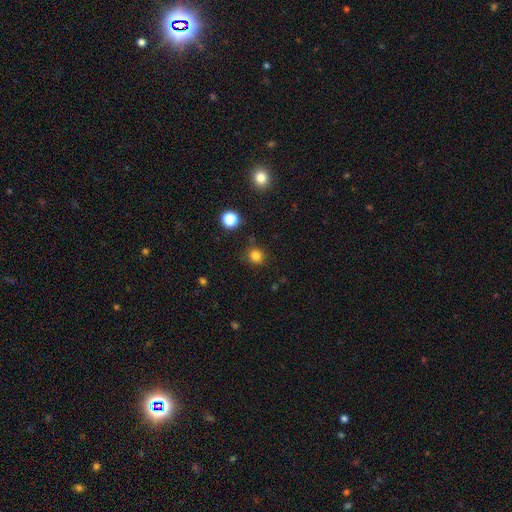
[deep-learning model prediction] smooth 81%, star or artifact 14%, featured or disk 4%. Down the decision tree: how rounded — round (90%); merging — none (86%).